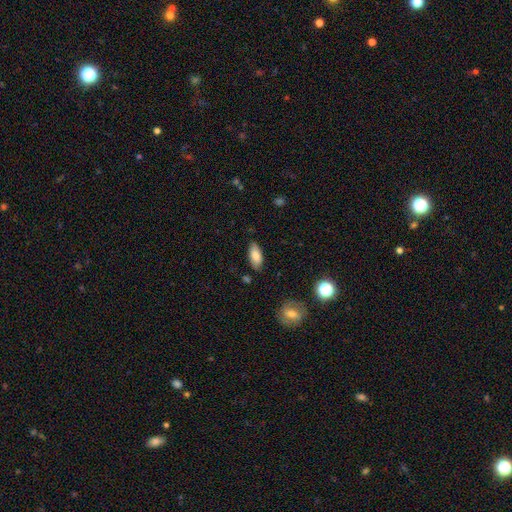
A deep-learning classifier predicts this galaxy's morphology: This is clearly a smooth galaxy (81%). How rounded: clearly in between (85%). Merging: clearly none (82%).